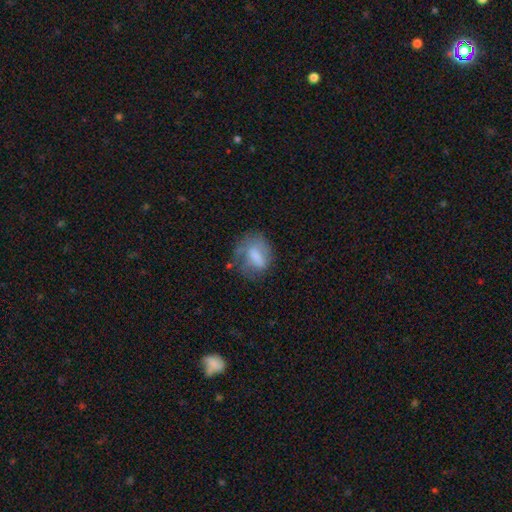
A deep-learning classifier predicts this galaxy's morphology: A smooth galaxy with no disk features (55%) that is in between round and cigar-shaped (60%).

Vote fractions:
- Smooth or featured? smooth: 55% / featured or disk: 36% / star or artifact: 9%
- How rounded? in between: 60% / round: 36% / cigar-shaped: 4%
- Merging? none: 43% / minor disturbance: 29% / major disturbance: 25% / merger: 4%